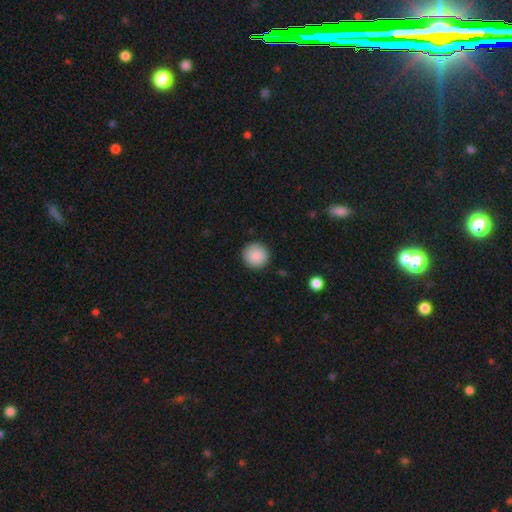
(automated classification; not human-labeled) Smooth or featured? smooth (88%)
How rounded? round (96%)
Merging? none (92%)